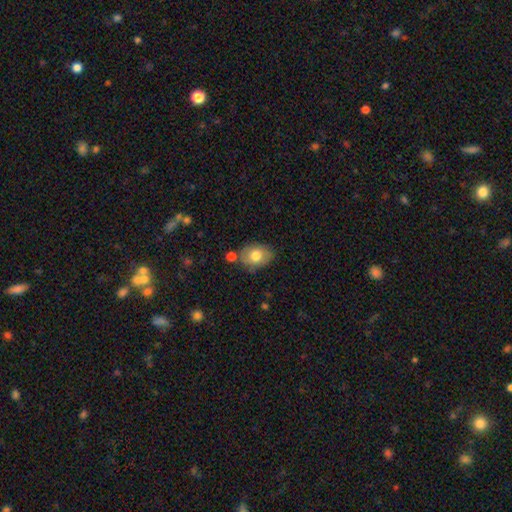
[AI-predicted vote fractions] Smooth or featured: smooth — 73% (featured or disk — 20%)
How rounded: in between — 71% (round — 28%)
Merging: none — 71% (minor disturbance — 18%)